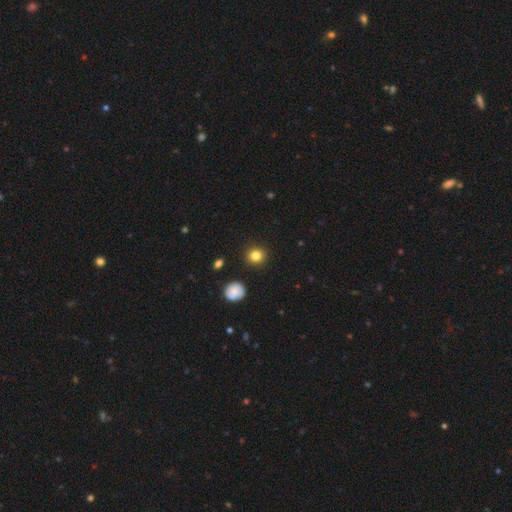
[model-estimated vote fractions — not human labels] This is clearly a smooth galaxy (83%). How rounded: clearly round (90%). Merging: clearly none (91%).